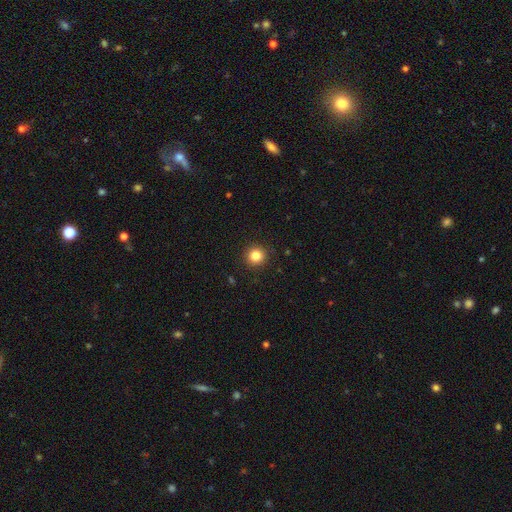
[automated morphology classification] This appears to be a smooth galaxy with no disk features (84%) that is round (94%). Merging: none (92%).